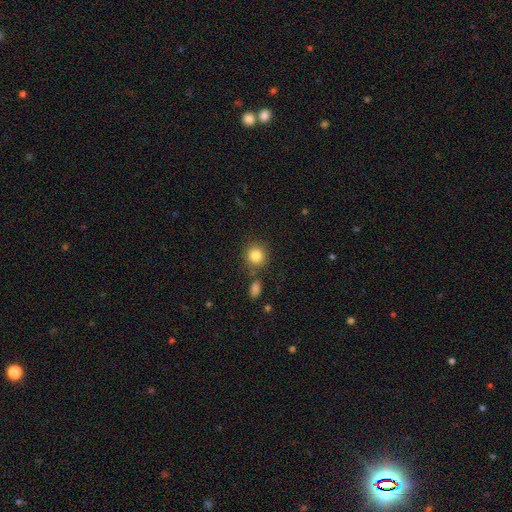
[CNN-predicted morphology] Smooth or featured? smooth (84%)
How rounded? round (88%)
Merging? none (79%)